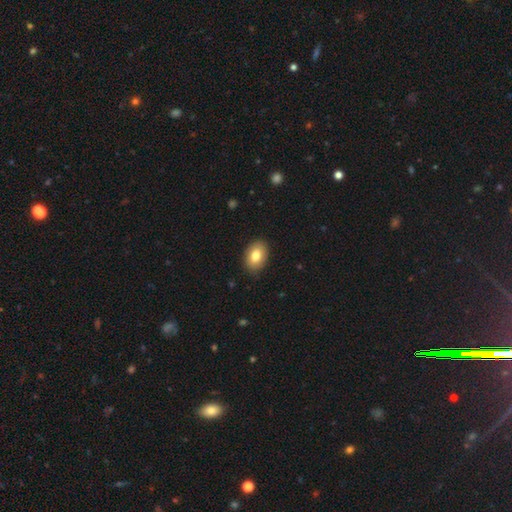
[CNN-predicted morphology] This is clearly a smooth galaxy (81%). How rounded: clearly in between (83%). Merging: clearly none (88%).